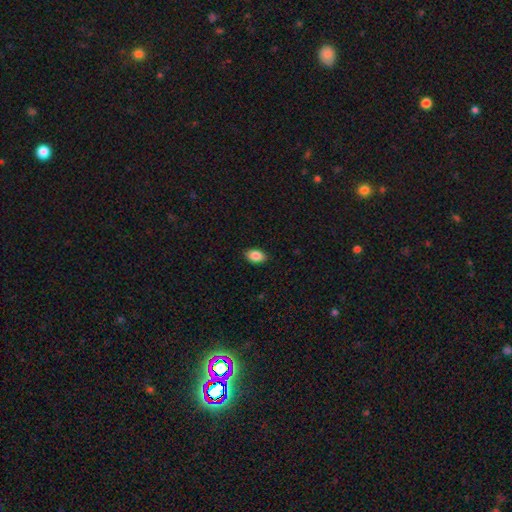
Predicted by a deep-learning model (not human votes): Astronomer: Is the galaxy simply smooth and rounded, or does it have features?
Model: smooth — 87%.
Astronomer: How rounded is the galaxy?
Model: in between — 86%.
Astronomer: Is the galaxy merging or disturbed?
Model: none — 89%.